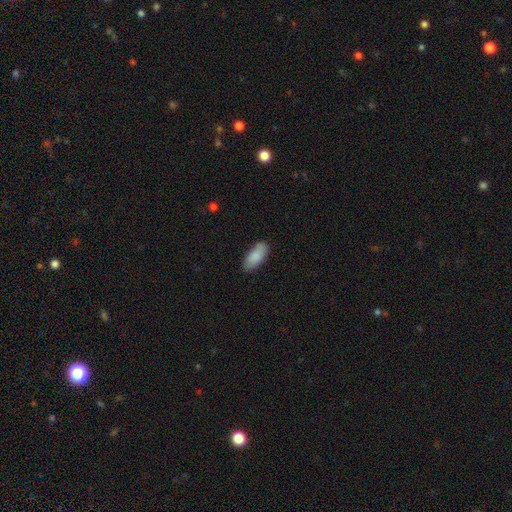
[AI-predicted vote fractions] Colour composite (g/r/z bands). It shows a smooth galaxy with no disk features (87%) that is in between round and cigar-shaped (85%). Merging: none (82%).